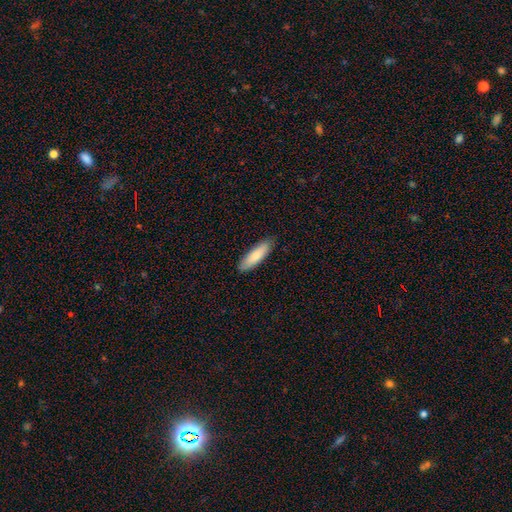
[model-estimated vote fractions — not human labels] A smooth galaxy with no disk features (82%) that is cigar-shaped (58%). Merging: none (88%).